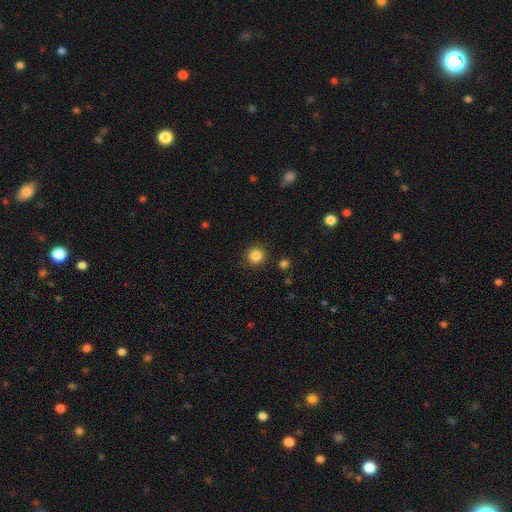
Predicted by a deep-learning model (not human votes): The model was most divided on "smooth or featured": smooth: 86%, star or artifact: 11%, featured or disk: 3%. More confident: how rounded — round (93%); merging — none (89%).